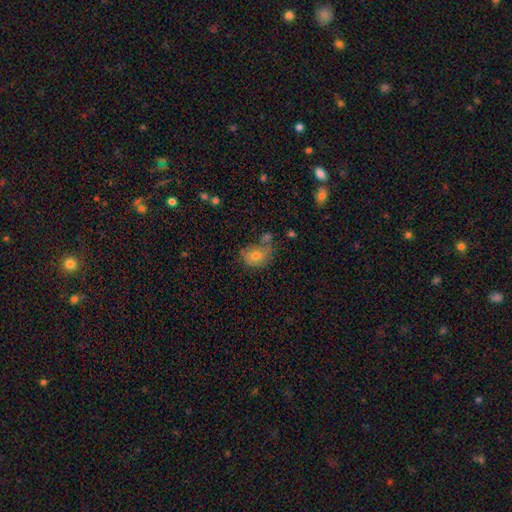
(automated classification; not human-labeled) Morphology: type=smooth (69%); roundness=round (52%); merging=none (50%).